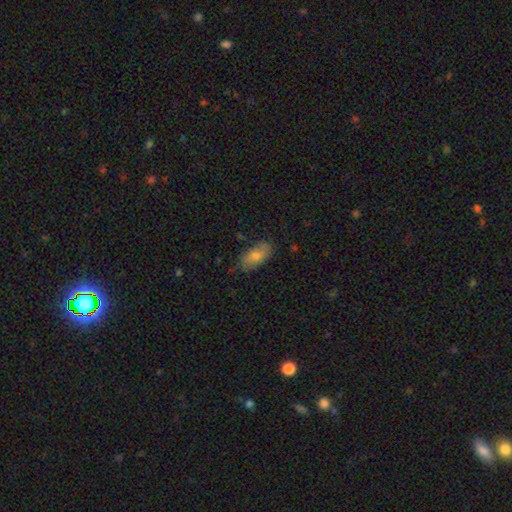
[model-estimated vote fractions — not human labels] This is likely a smooth galaxy (77%). How rounded: clearly in between (91%). Merging: likely none (71%).